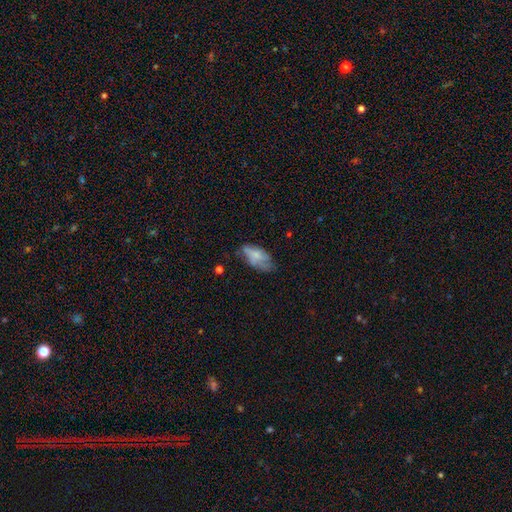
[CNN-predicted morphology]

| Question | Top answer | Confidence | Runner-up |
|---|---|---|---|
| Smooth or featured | smooth | 57% | featured or disk (35%) |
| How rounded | in between | 90% | cigar-shaped (6%) |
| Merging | none | 44% | minor disturbance (33%) |